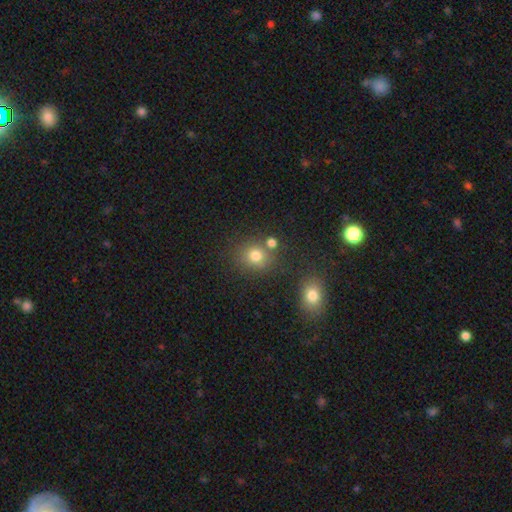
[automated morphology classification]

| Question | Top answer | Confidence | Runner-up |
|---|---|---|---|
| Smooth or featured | smooth | 78% | star or artifact (15%) |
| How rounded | round | 79% | in between (20%) |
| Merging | none | 69% | merger (15%) |